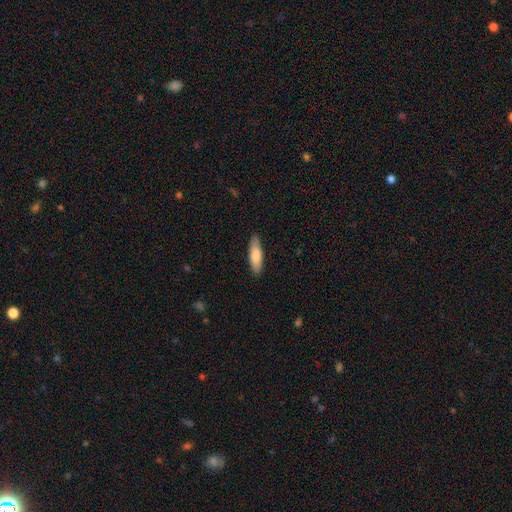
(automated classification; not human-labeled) This appears to be a smooth galaxy with no disk features (79%) that is cigar-shaped (53%). Merging: none (88%).